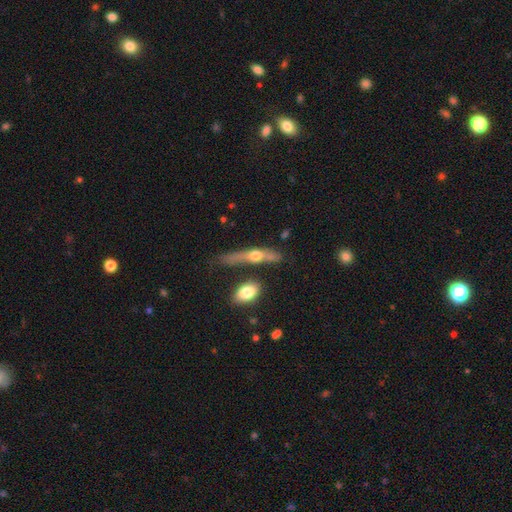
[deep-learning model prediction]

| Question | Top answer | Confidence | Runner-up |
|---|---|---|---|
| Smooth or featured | featured or disk | 50% | smooth (43%) |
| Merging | none | 52% | minor disturbance (23%) |